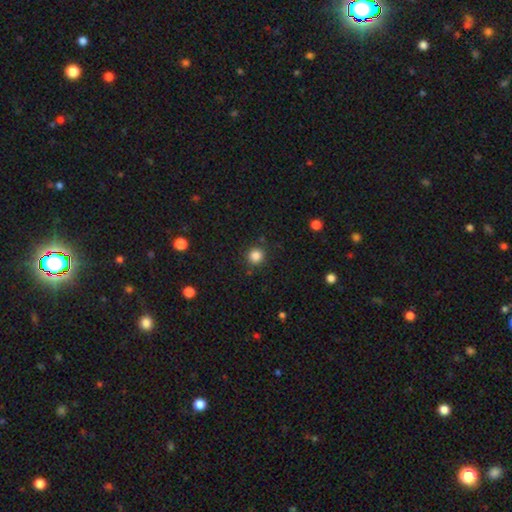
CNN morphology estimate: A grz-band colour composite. It shows a smooth galaxy with no disk features (84%) that is round (91%). Merging: none (87%).